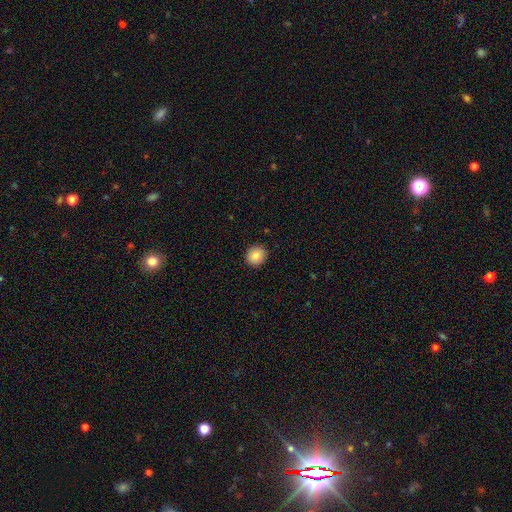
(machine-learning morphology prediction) Overall: smooth (85%). How rounded: round (86%). Merging: none (91%).